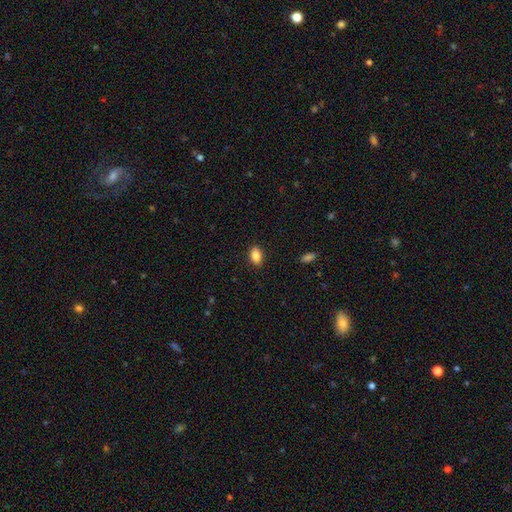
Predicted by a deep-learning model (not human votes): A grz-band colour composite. It shows a smooth galaxy with no disk features (85%) that is in between round and cigar-shaped (88%). Merging: none (88%).